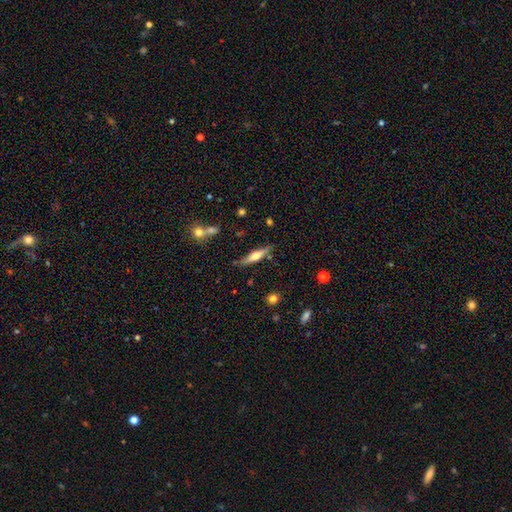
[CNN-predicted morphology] featured or disk 52%, smooth 41%, star or artifact 6%. Down the decision tree: edge-on disk — yes (93%); merging — none (82%).